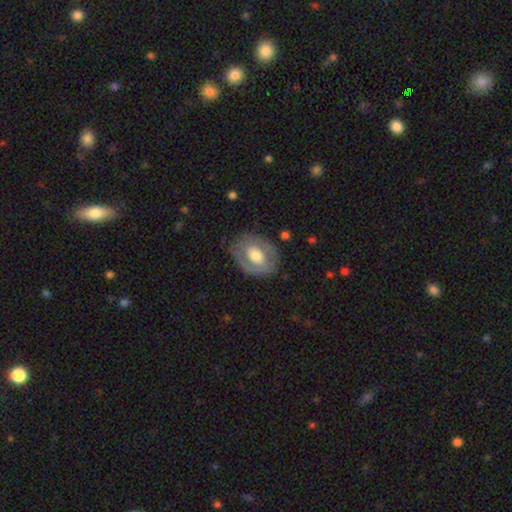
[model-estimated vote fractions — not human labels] Morphology: type=featured or disk (52%); edge-on=no (94%); merging=none (75%).